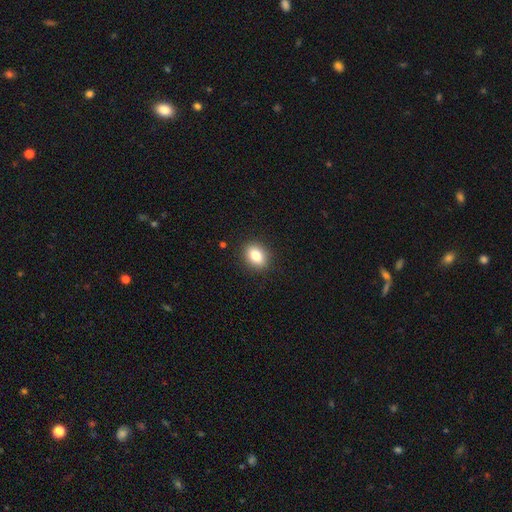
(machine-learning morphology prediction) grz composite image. It shows a smooth galaxy with no disk features (82%) that is in between round and cigar-shaped (62%). Merging: none (90%).